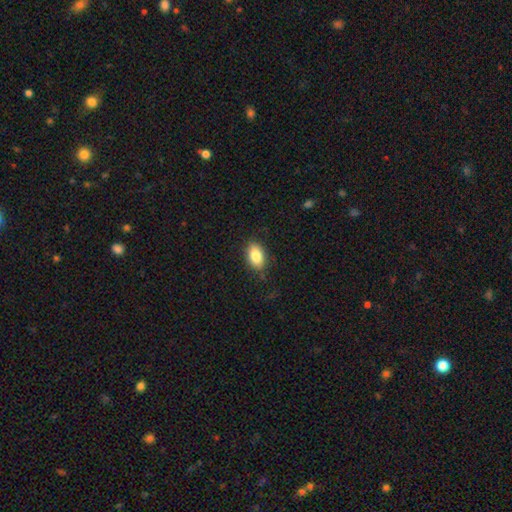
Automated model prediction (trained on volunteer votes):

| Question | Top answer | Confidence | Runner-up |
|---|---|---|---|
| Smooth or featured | smooth | 84% | featured or disk (8%) |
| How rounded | in between | 90% | round (8%) |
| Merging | none | 85% | minor disturbance (12%) |